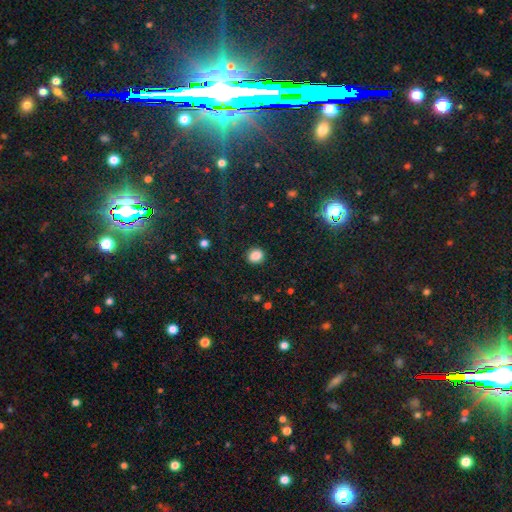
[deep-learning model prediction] Smooth or featured?
  - smooth: 86% *
  - star or artifact: 11%
  - featured or disk: 4%
How rounded?
  - round: 68% *
  - in between: 31%
  - cigar-shaped: 1%
Merging?
  - none: 89% *
  - minor disturbance: 8%
  - major disturbance: 3%
  - merger: 1%